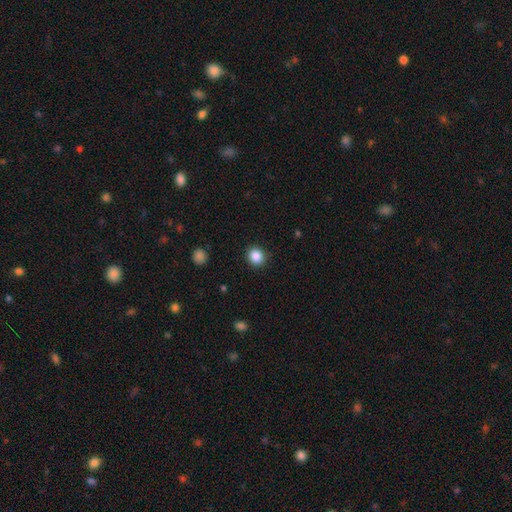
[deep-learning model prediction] smooth-or-featured: smooth: 86% | star or artifact: 10% | featured or disk: 4%
  how-rounded: round: 82% | in between: 17% | cigar-shaped: 1%
  merging: none: 90% | minor disturbance: 7% | major disturbance: 2% | merger: 1%